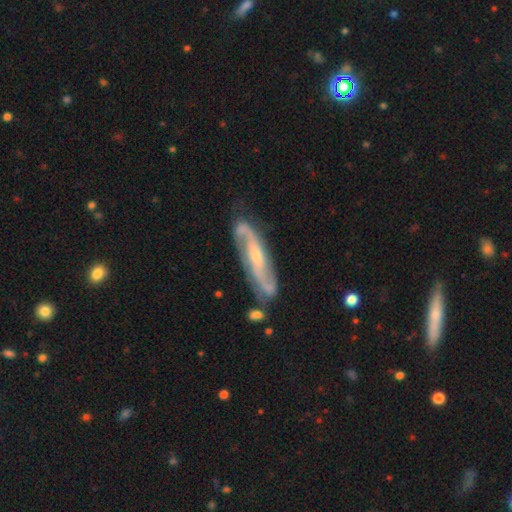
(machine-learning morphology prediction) This appears to be a featured or disk galaxy (86%) with no bar (43%), 2 (87%) medium (48%) spiral arms (96%) and a small central bulge (61%). Merging: none (72%).